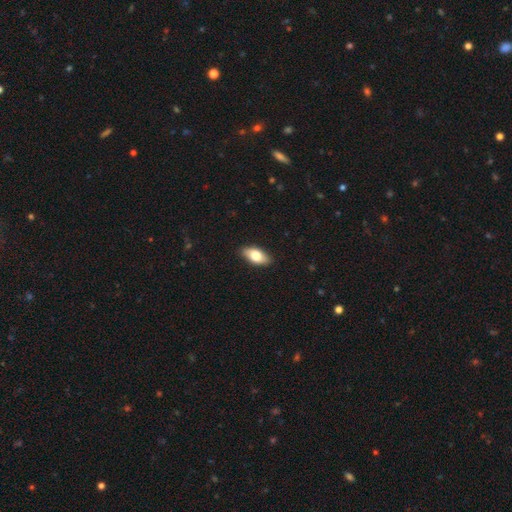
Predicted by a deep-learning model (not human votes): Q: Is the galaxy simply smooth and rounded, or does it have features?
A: smooth — 73%.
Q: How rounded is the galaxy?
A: in between — 89%.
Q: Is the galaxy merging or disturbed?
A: none — 88%.